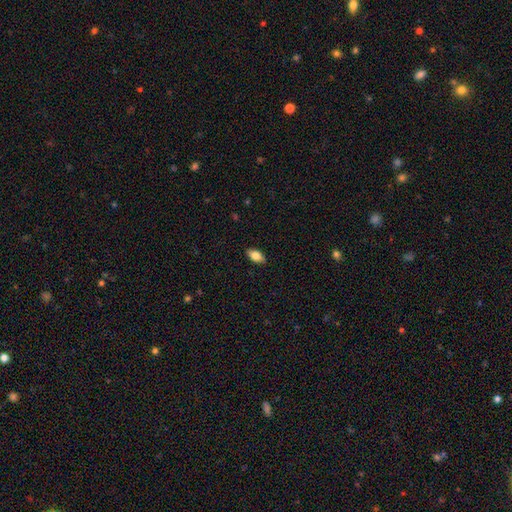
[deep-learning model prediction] Smooth or featured? Predicted: smooth (p=0.80). How rounded? Predicted: in between (p=0.90). Merging? Predicted: none (p=0.89).